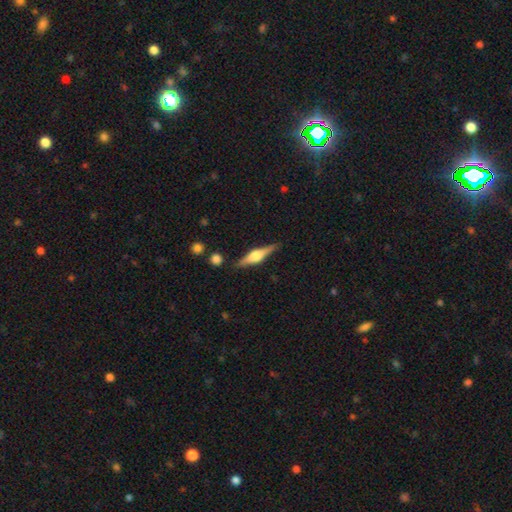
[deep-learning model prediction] Overall: featured or disk (74%). Edge-on disk: yes (97%). Edge-on bulge: rounded (89%). Merging: none (87%).